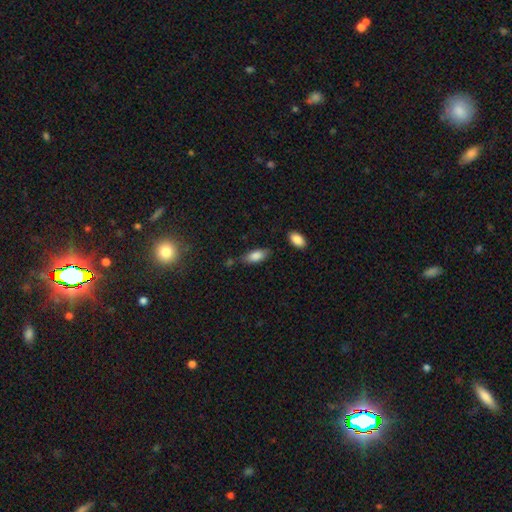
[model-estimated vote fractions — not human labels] This appears to be a smooth galaxy with no disk features (84%) that is in between round and cigar-shaped (84%). Merging: none (66%).